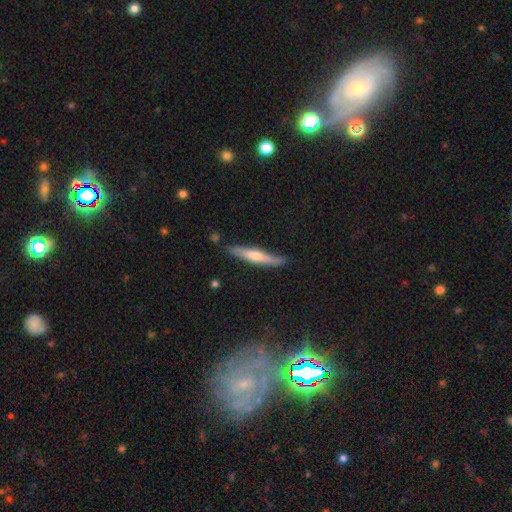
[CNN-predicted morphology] Smooth or featured: featured or disk — 50% (smooth — 44%)
Merging: none — 80% (minor disturbance — 15%)